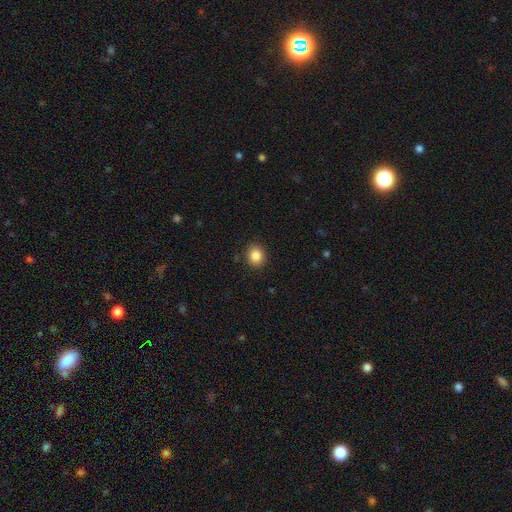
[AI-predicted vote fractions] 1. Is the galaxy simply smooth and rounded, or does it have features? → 86% smooth, 10% star or artifact, 4% featured or disk.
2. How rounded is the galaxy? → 75% round, 24% in between, 1% cigar-shaped.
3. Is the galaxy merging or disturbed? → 89% none, 7% minor disturbance, 2% major disturbance, 1% merger.